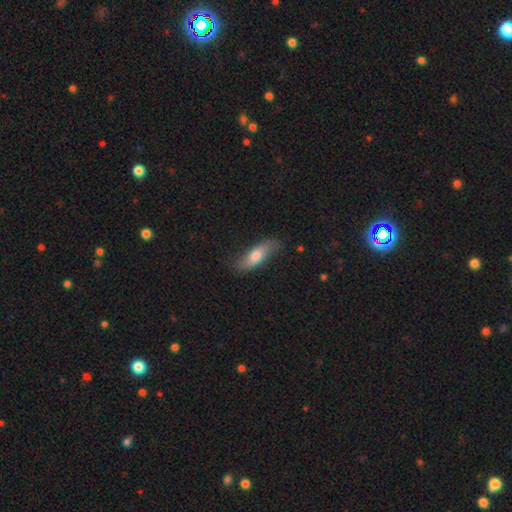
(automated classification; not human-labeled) Smooth or featured? Predicted: smooth (p=0.60). How rounded? Predicted: in between (p=0.56). Merging? Predicted: none (p=0.75).